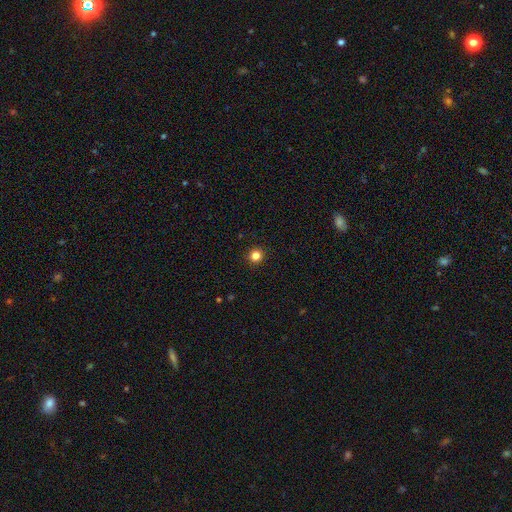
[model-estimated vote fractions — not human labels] This is clearly a smooth galaxy (83%). How rounded: clearly round (95%). Merging: clearly none (93%).